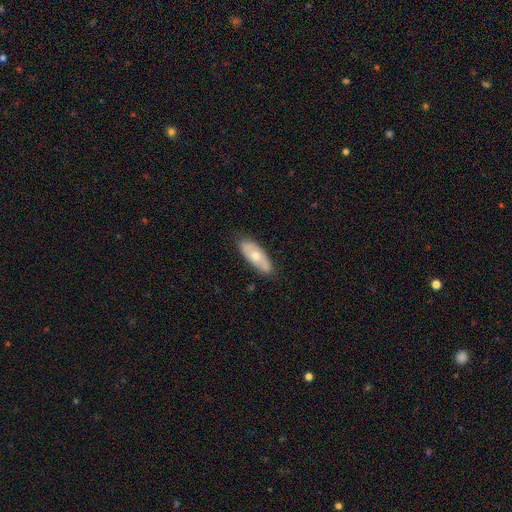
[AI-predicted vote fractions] Smooth or featured: smooth — 54% (featured or disk — 39%)
How rounded: in between — 70% (cigar-shaped — 27%)
Merging: none — 83% (minor disturbance — 13%)